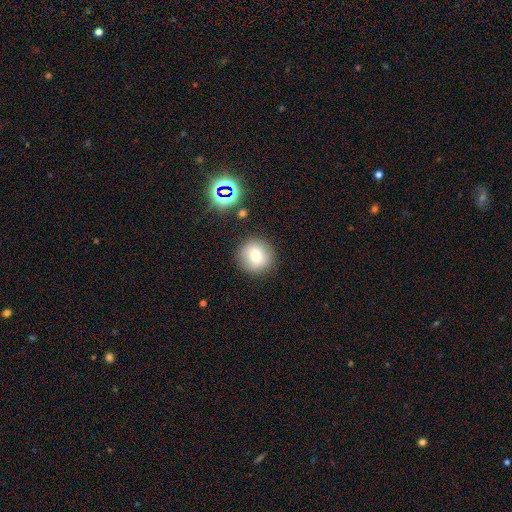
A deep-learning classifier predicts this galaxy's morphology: A smooth galaxy with no disk features (75%) that is round (94%). Merging: none (87%).